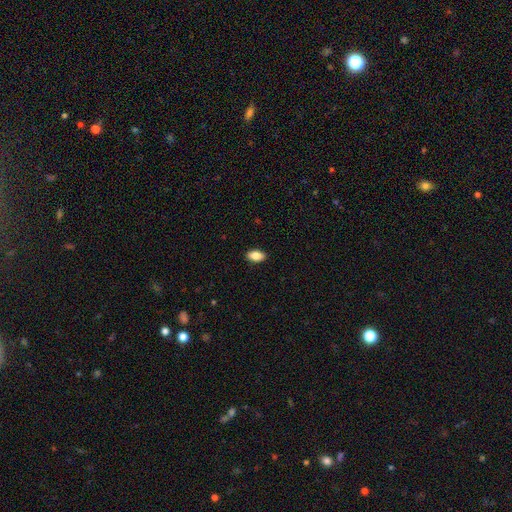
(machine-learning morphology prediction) Q: Smooth or featured?
A: smooth (85%); runner-up: featured or disk (7%)
Q: How rounded?
A: in between (91%); runner-up: round (5%)
Q: Merging?
A: none (90%); runner-up: minor disturbance (7%)